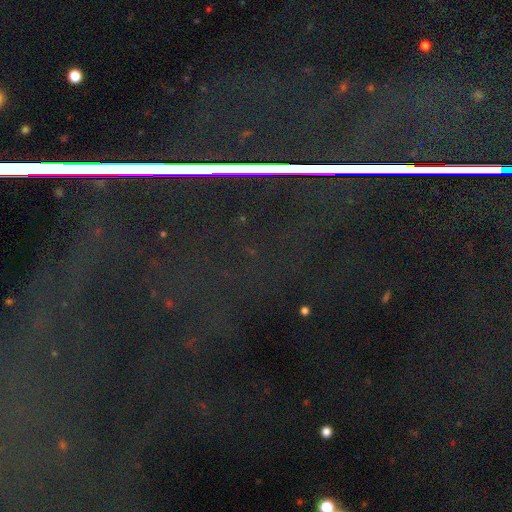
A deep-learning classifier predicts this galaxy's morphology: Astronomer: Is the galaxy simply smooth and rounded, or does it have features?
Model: star or artifact — 83%.